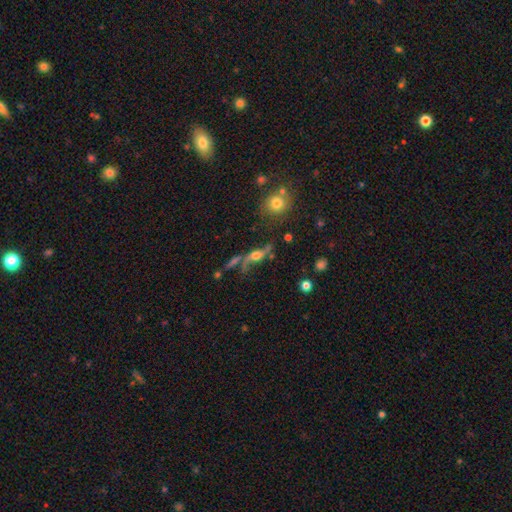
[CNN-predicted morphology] The model was most divided on "edge-on disk": no: 66%, yes: 34%. Remaining: smooth or featured — featured or disk (67%); merging — none (50%).